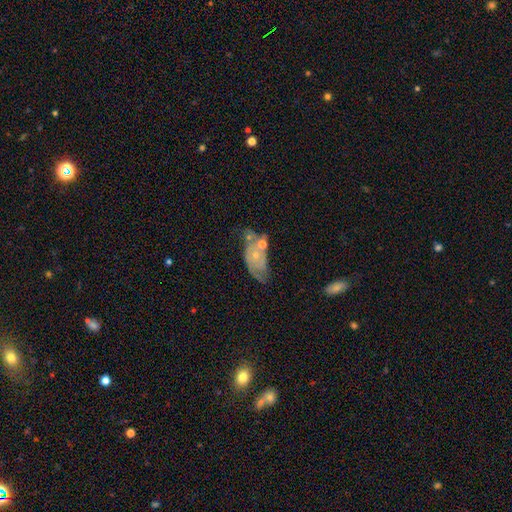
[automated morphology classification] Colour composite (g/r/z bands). It shows a featured or disk galaxy (70%) with no bar (79%), 2 (61%) tight (44%) spiral arms (82%) and a small central bulge (68%). Merging: none (42%).